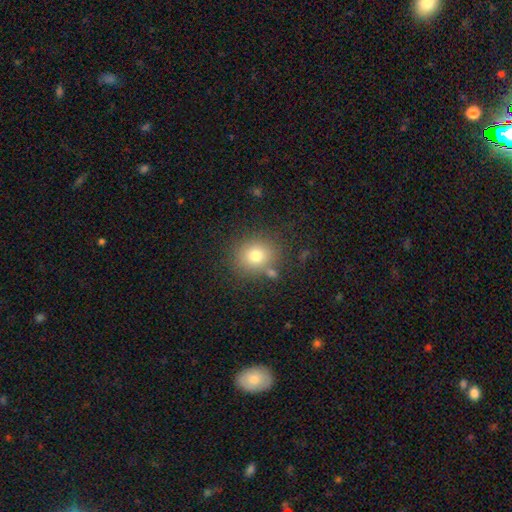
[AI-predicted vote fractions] Overall: smooth (77%). How rounded: round (78%). Merging: none (78%).